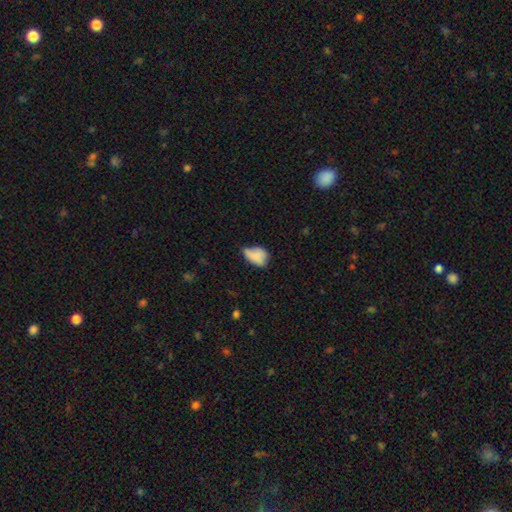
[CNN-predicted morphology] smooth-or-featured: smooth: 78% | featured or disk: 13% | star or artifact: 9%
  how-rounded: in between: 79% | round: 19% | cigar-shaped: 2%
  merging: minor disturbance: 47% | none: 29% | major disturbance: 18% | merger: 6%